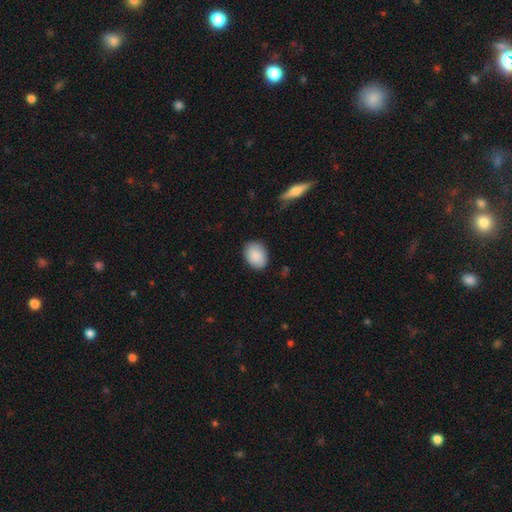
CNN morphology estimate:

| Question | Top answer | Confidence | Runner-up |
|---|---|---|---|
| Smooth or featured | smooth | 89% | star or artifact (6%) |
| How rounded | in between | 72% | round (27%) |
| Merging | none | 84% | minor disturbance (12%) |